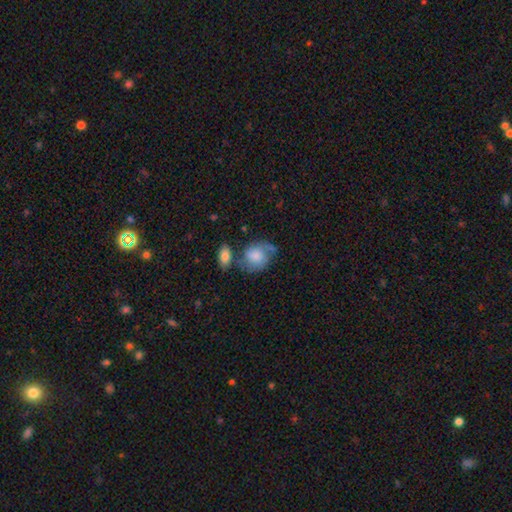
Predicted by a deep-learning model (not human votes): Smooth or featured?
  - smooth: 59% *
  - featured or disk: 34%
  - star or artifact: 7%
How rounded?
  - round: 59% *
  - in between: 40%
  - cigar-shaped: 1%
Merging?
  - none: 43% *
  - minor disturbance: 25%
  - merger: 19%
  - major disturbance: 13%